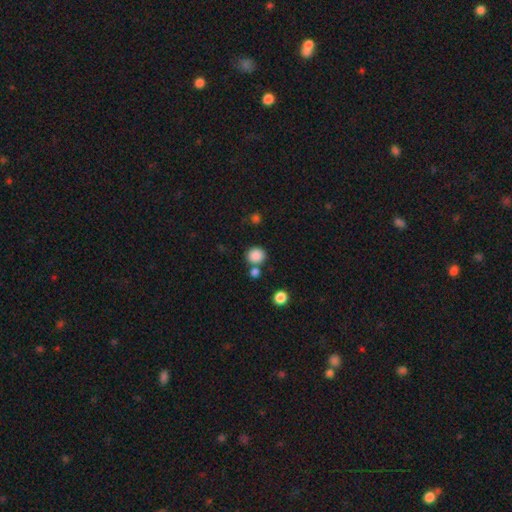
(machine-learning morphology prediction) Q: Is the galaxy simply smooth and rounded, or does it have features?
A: smooth — 86%.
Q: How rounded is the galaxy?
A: round — 84%.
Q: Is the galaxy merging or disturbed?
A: none — 70%.